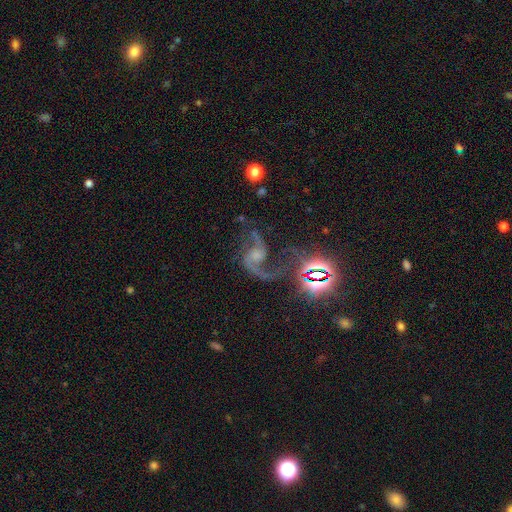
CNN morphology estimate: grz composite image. It shows a featured or disk galaxy (83%) with no bar (57%), 2 (88%) loose (70%) spiral arms (96%) and no central bulge (37%). Merging: none (57%).